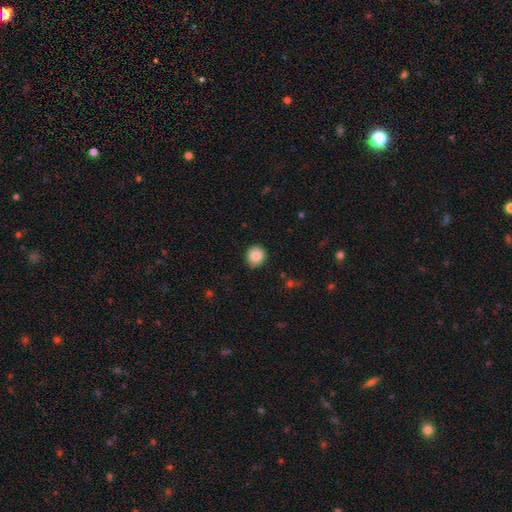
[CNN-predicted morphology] A smooth galaxy with no disk features (87%) that is round (82%). Merging: none (89%).